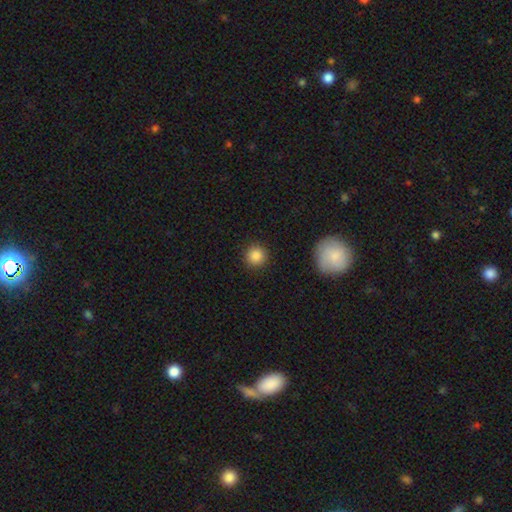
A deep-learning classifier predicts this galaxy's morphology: A smooth galaxy with no disk features (86%) that is round (94%). Merging: none (91%).